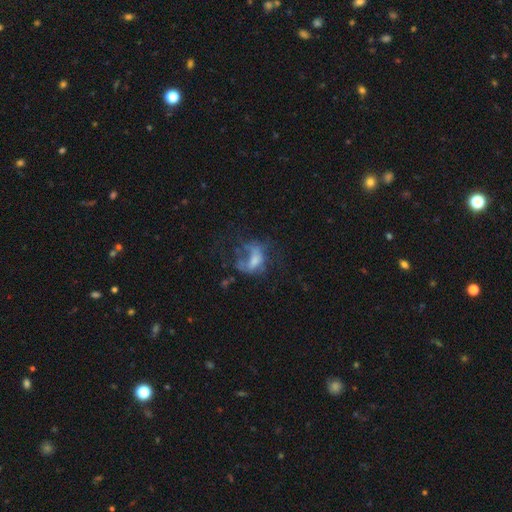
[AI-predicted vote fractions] smooth_or_featured: featured or disk (p=0.48) [alt: smooth p=0.30]
merging: major disturbance (p=0.41) [alt: none p=0.35]